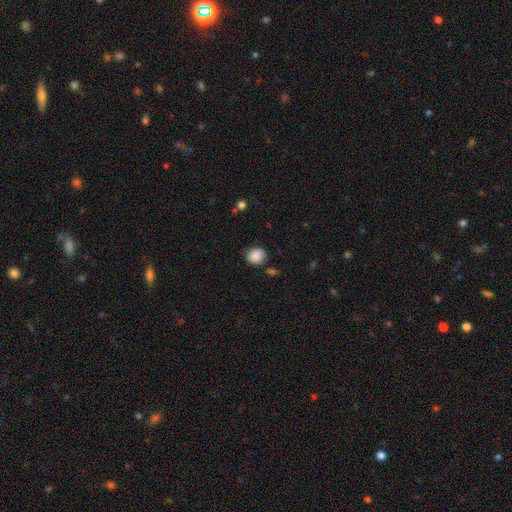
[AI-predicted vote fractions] Smooth or featured: smooth — 86% (star or artifact — 9%)
How rounded: round — 74% (in between — 25%)
Merging: none — 76% (minor disturbance — 17%)